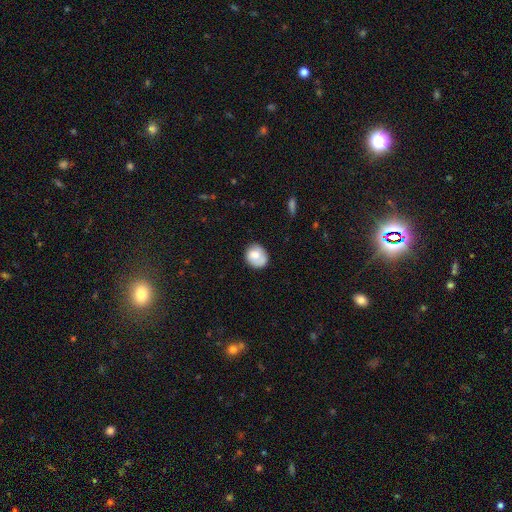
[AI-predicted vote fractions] smooth_or_featured: smooth (p=0.74) [alt: featured or disk p=0.19]
how_rounded: round (p=0.70) [alt: in between p=0.29]
merging: none (p=0.66) [alt: minor disturbance p=0.24]